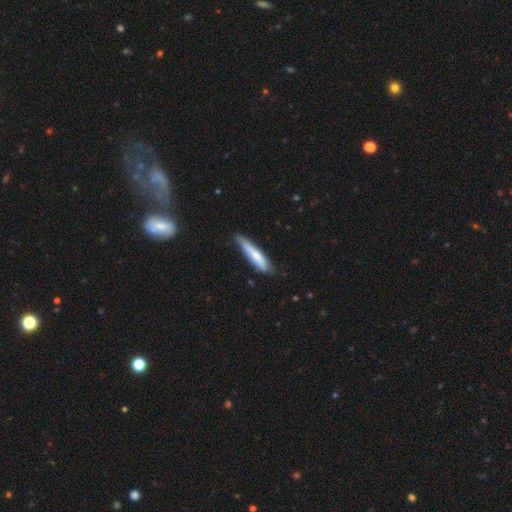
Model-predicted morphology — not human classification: A smooth galaxy with no disk features (71%) that is cigar-shaped (85%).

Vote fractions:
- Smooth or featured? smooth: 71% / featured or disk: 23% / star or artifact: 5%
- How rounded? cigar-shaped: 85% / in between: 13% / round: 1%
- Merging? none: 65% / minor disturbance: 28% / major disturbance: 5% / merger: 2%